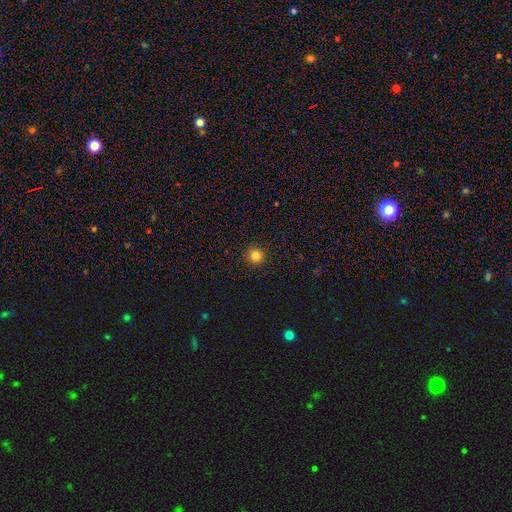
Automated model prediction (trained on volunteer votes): smooth_or_featured: smooth (p=0.82) [alt: star or artifact p=0.13]
how_rounded: round (p=0.94) [alt: in between p=0.05]
merging: none (p=0.92) [alt: minor disturbance p=0.05]